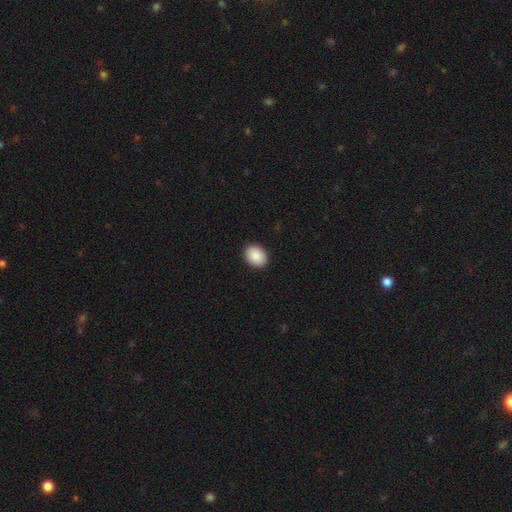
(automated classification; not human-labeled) Smooth or featured? smooth (90%)
How rounded? in between (68%)
Merging? none (92%)